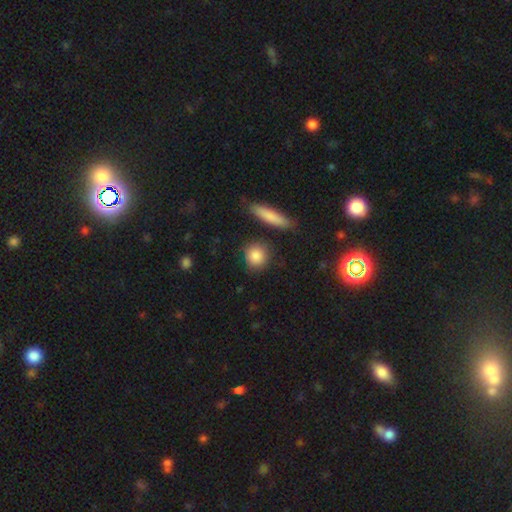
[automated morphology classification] Q: Smooth or featured?
A: smooth (86%); runner-up: star or artifact (7%)
Q: How rounded?
A: round (76%); runner-up: in between (19%)
Q: Merging?
A: none (82%); runner-up: minor disturbance (10%)